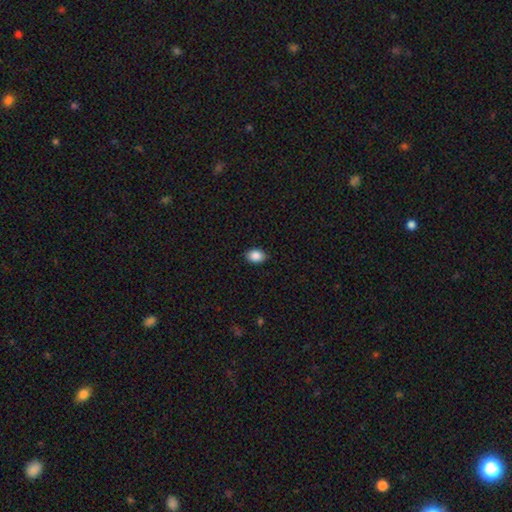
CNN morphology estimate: smooth-or-featured: smooth: 87% | star or artifact: 8% | featured or disk: 5%
  how-rounded: in between: 80% | round: 19% | cigar-shaped: 1%
  merging: none: 89% | minor disturbance: 9% | major disturbance: 2% | merger: 1%